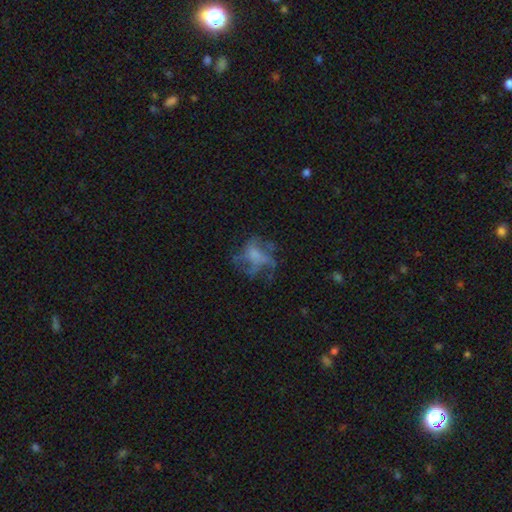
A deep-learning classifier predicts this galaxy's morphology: Smooth or featured: featured or disk — 58% (smooth — 27%)
Edge-on disk: no — 97% (yes — 3%)
Bar: no — 73% (weak — 22%)
Spiral arms: yes — 55% (no — 45%)
Bulge size: none — 42% (moderate — 25%)
Merging: none — 50% (major disturbance — 30%)